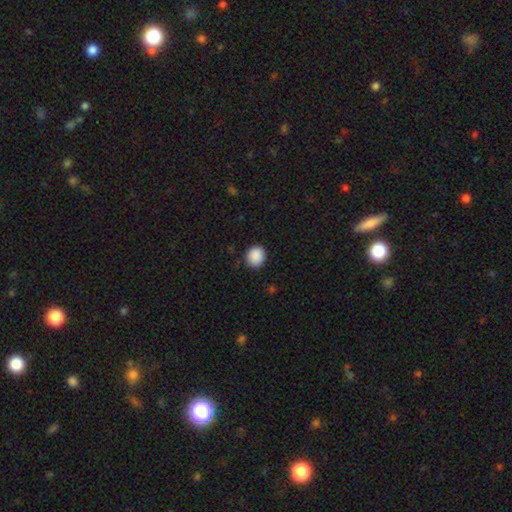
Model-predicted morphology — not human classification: type=smooth (89%); roundness=round (83%); merging=none (89%).